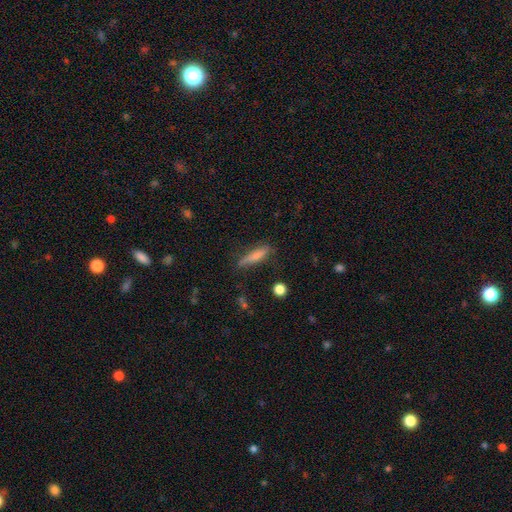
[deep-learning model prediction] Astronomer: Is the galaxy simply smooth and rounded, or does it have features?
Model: smooth — 69%.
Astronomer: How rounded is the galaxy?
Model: cigar-shaped — 81%.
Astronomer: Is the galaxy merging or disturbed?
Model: none — 74%.